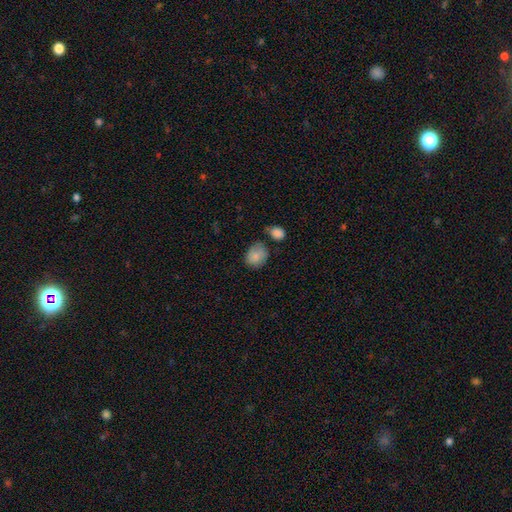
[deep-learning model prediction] Smooth or featured: smooth — 82% (featured or disk — 10%)
How rounded: round — 54% (in between — 45%)
Merging: none — 57% (minor disturbance — 26%)